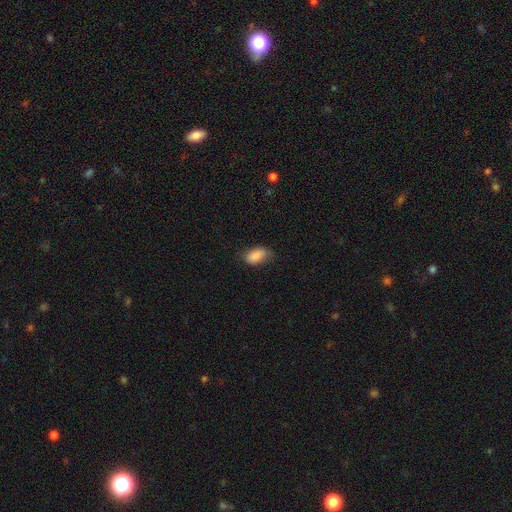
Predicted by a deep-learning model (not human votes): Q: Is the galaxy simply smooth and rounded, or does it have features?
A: smooth — 87%.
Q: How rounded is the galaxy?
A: in between — 92%.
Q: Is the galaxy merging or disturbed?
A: none — 59%.